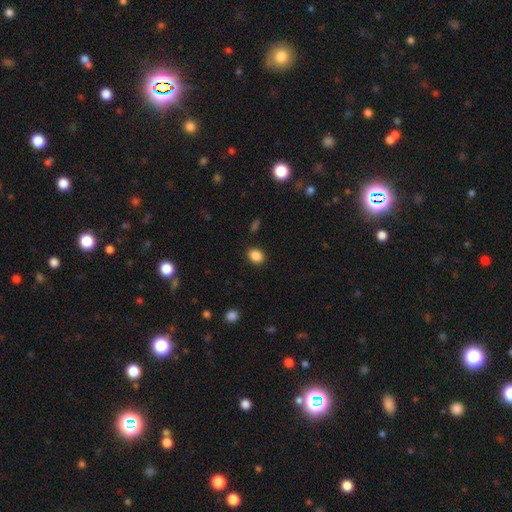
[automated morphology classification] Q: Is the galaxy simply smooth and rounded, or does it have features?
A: smooth — 87%.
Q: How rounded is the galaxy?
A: in between — 66%.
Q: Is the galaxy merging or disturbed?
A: none — 87%.